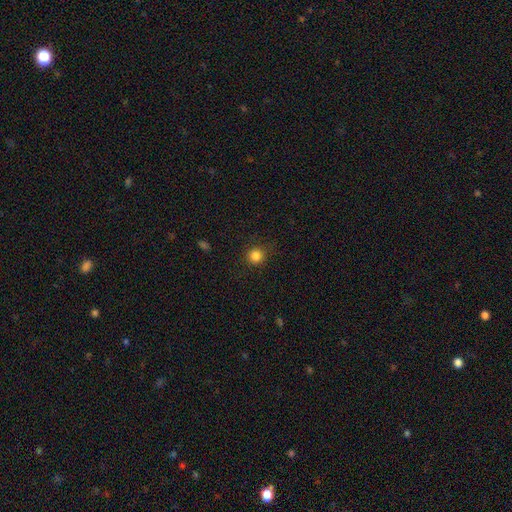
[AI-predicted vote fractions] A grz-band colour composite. It shows a smooth galaxy with no disk features (84%) that is round (93%). Merging: none (88%).